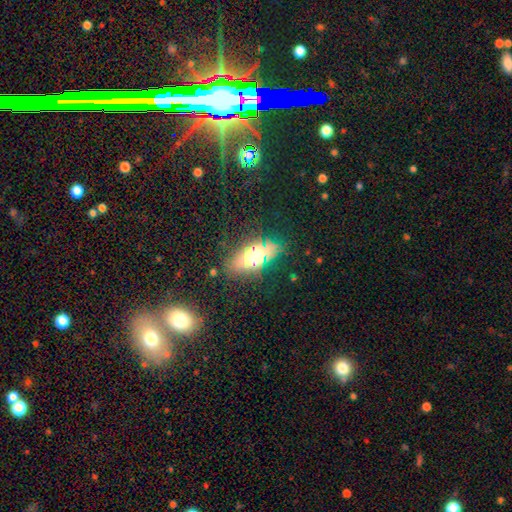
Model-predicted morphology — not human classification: Smooth or featured? smooth (57%)
How rounded? in between (74%)
Merging? none (79%)